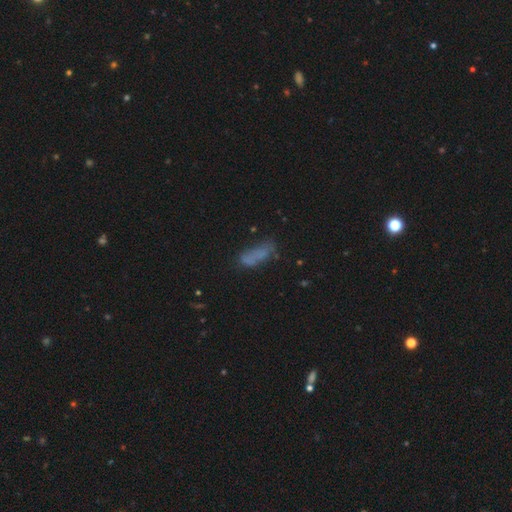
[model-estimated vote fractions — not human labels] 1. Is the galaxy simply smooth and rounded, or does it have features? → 63% smooth, 22% featured or disk, 15% star or artifact.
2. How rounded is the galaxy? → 57% in between, 40% cigar-shaped, 3% round.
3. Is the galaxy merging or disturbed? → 49% none, 24% minor disturbance, 17% major disturbance, 10% merger.